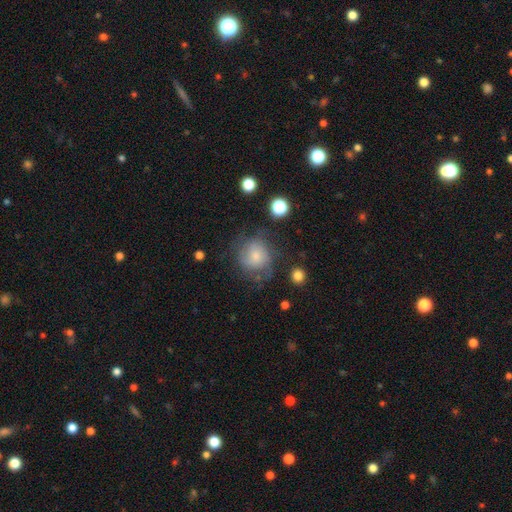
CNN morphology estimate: type=smooth (57%); roundness=round (84%); merging=none (55%).